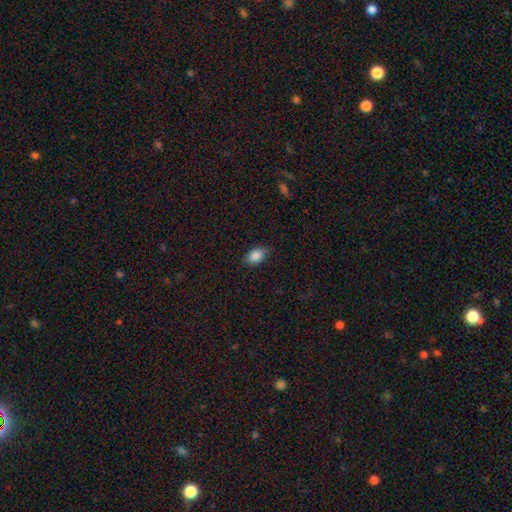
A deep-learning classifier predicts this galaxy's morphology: This is clearly a smooth galaxy (87%). How rounded: clearly in between (86%). Merging: likely none (80%).